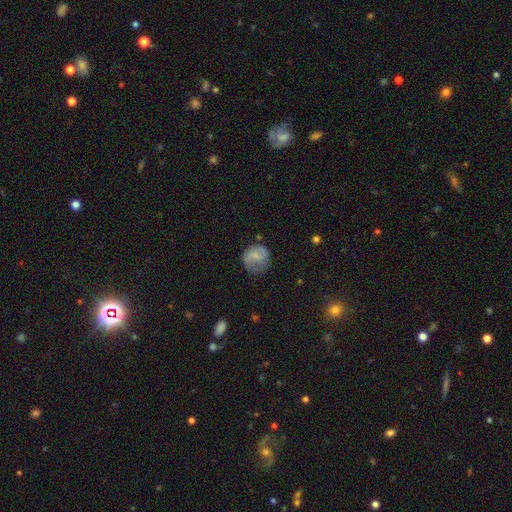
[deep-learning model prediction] A smooth galaxy with no disk features (57%) that is round (80%). Merging: none (55%).